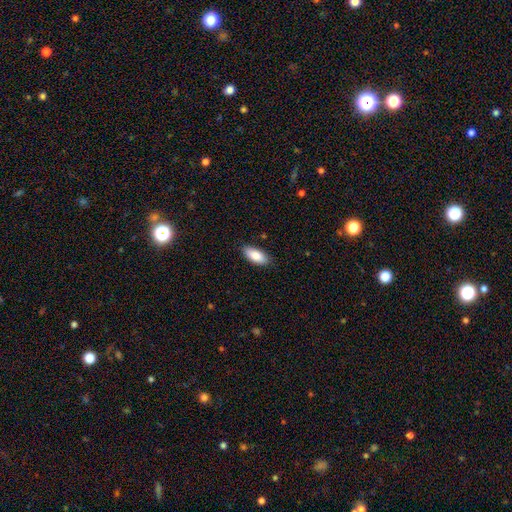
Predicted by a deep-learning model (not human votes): Smooth or featured?
  - smooth: 84% *
  - featured or disk: 9%
  - star or artifact: 6%
How rounded?
  - in between: 87% *
  - cigar-shaped: 11%
  - round: 2%
Merging?
  - none: 87% *
  - minor disturbance: 10%
  - major disturbance: 2%
  - merger: 1%